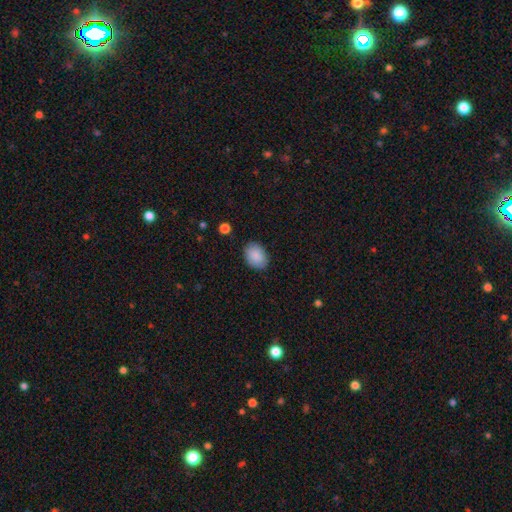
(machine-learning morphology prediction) smooth-or-featured: smooth: 89% | star or artifact: 7% | featured or disk: 5%
  how-rounded: in between: 75% | round: 24% | cigar-shaped: 1%
  merging: none: 87% | minor disturbance: 10% | major disturbance: 2% | merger: 1%